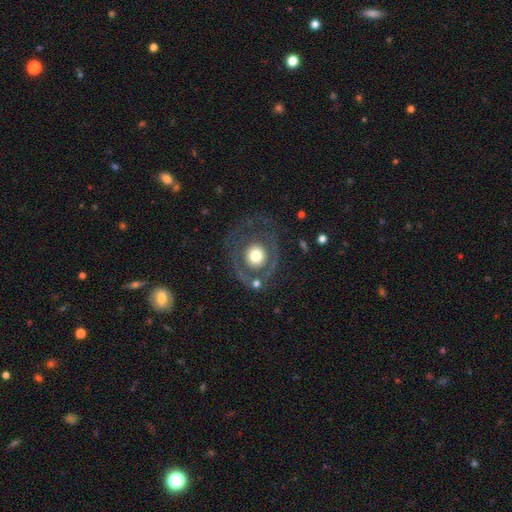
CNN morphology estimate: A featured or disk galaxy (47%). Merging: none (64%).